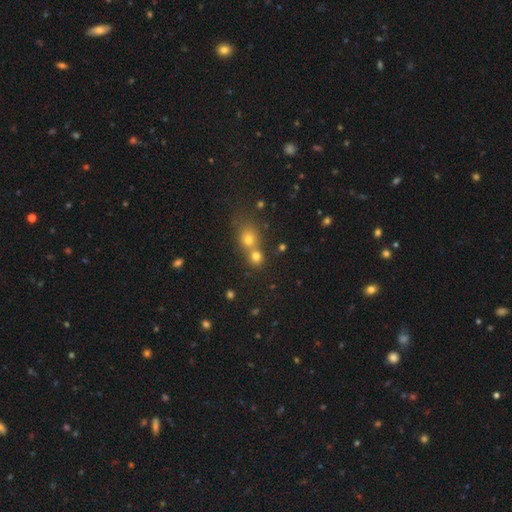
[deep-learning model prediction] smooth_or_featured: smooth (p=0.67) [alt: star or artifact p=0.22]
how_rounded: round (p=0.78) [alt: in between p=0.21]
merging: merger (p=0.50) [alt: none p=0.41]